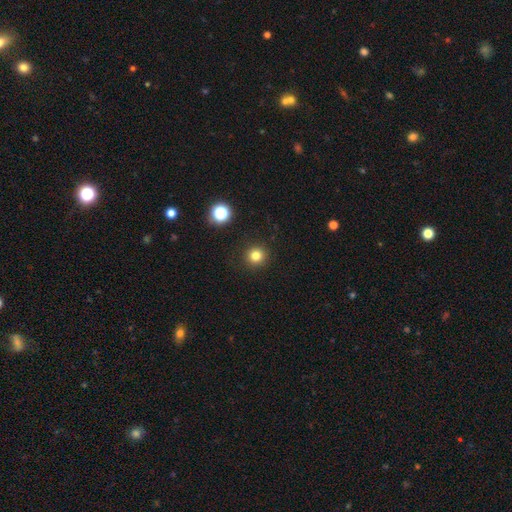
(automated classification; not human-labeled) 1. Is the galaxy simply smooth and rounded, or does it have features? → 80% smooth, 14% star or artifact, 6% featured or disk.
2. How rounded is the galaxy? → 94% round, 5% in between, 1% cigar-shaped.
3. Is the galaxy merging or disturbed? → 91% none, 5% minor disturbance, 2% major disturbance, 1% merger.